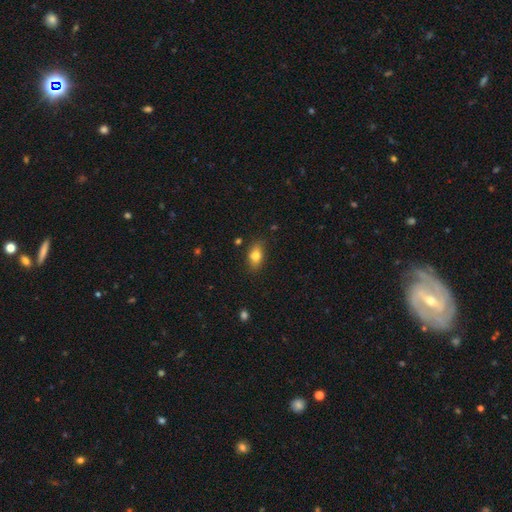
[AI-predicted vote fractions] Smooth or featured? smooth (79%)
How rounded? in between (83%)
Merging? none (80%)